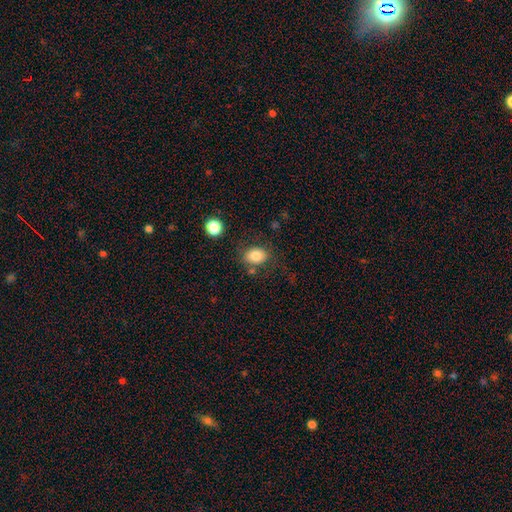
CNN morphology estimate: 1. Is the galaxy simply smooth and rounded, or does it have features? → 81% smooth, 10% featured or disk, 10% star or artifact.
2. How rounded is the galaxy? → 56% in between, 43% round, 1% cigar-shaped.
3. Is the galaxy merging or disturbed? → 74% none, 14% minor disturbance, 6% merger, 6% major disturbance.